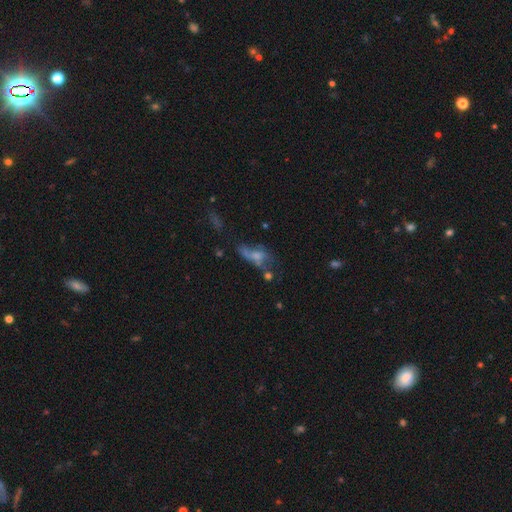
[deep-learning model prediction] Overall: smooth (46%; featured or disk 38%). Merging: major disturbance (34%; none 27%).